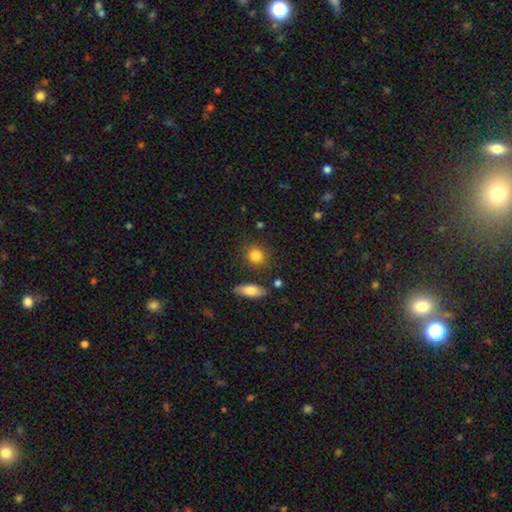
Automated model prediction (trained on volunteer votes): Smooth or featured? Predicted: smooth (p=0.84). How rounded? Predicted: round (p=0.69). Merging? Predicted: none (p=0.80).